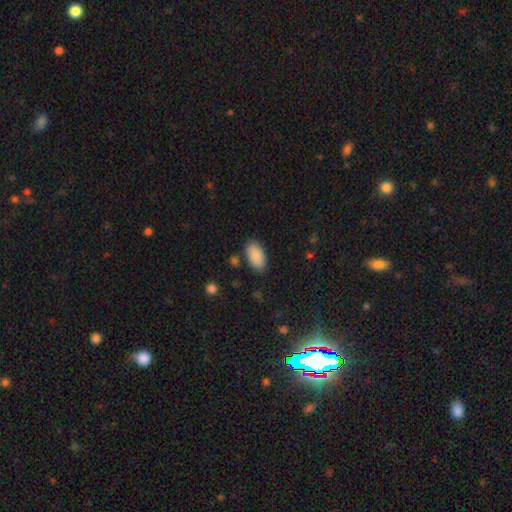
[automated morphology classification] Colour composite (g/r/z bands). It shows a smooth galaxy with no disk features (90%) that is in between round and cigar-shaped (95%). Merging: none (84%).